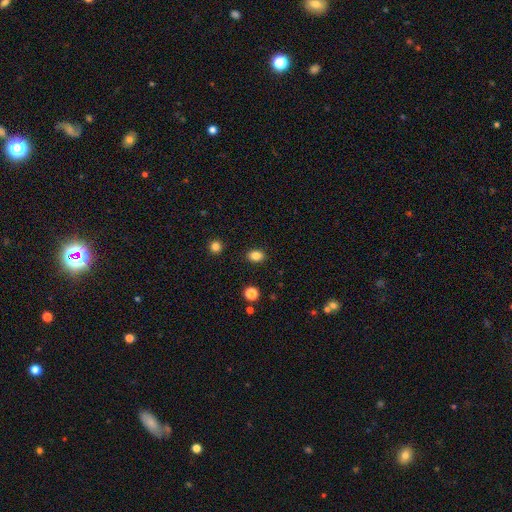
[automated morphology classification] A smooth galaxy with no disk features (85%) that is in between round and cigar-shaped (64%). Merging: none (89%).